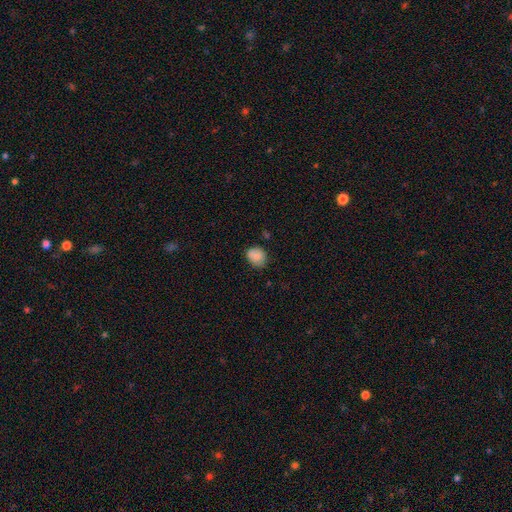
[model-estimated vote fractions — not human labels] smooth 81%, featured or disk 10%, star or artifact 9%. Down the decision tree: how rounded — round (61%); merging — none (69%).